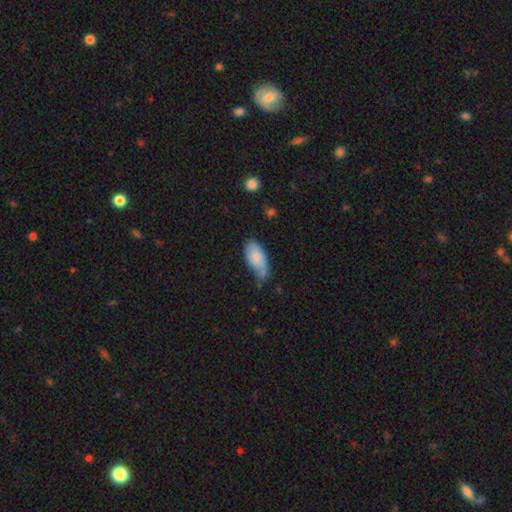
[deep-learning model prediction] smooth 76%, featured or disk 18%, star or artifact 6%. Down the decision tree: how rounded — in between (91%); merging — minor disturbance (43%).